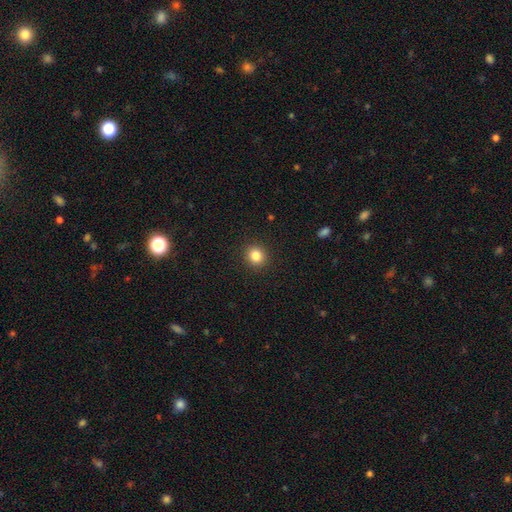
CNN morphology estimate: smooth_or_featured: smooth (p=0.84) [alt: star or artifact p=0.11]
how_rounded: round (p=0.85) [alt: in between p=0.14]
merging: none (p=0.92) [alt: minor disturbance p=0.05]